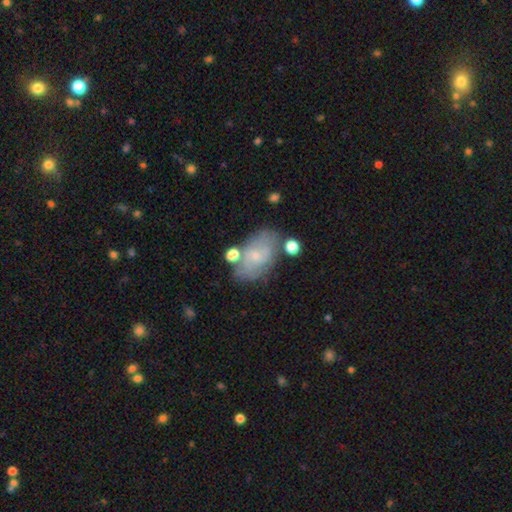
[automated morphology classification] Overall: smooth (47%; featured or disk 43%). Merging: none (57%; minor disturbance 23%).